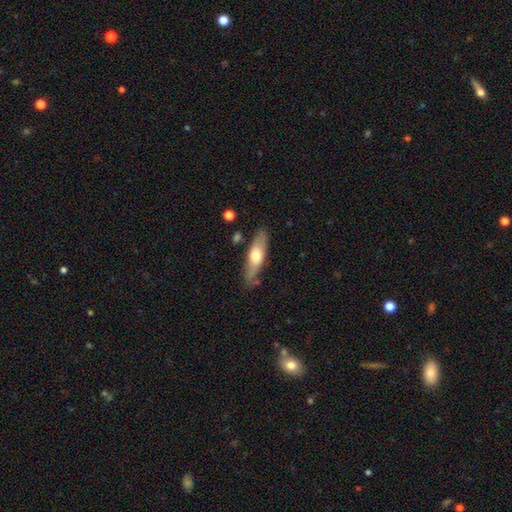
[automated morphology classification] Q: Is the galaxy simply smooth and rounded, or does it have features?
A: smooth — 57%.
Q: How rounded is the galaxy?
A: cigar-shaped — 55%.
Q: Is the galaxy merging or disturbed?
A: none — 79%.